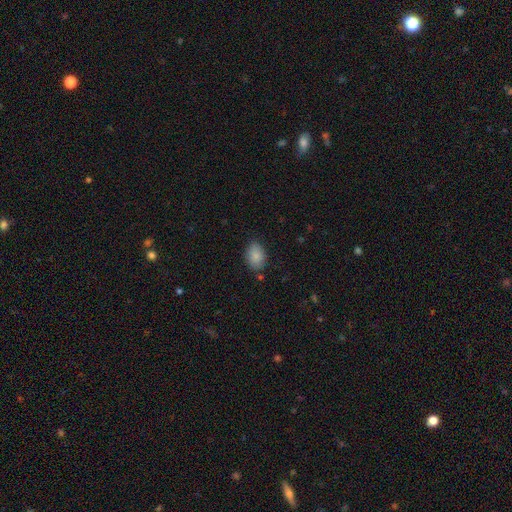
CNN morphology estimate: A smooth galaxy with no disk features (87%) that is in between round and cigar-shaped (85%). Merging: none (80%).